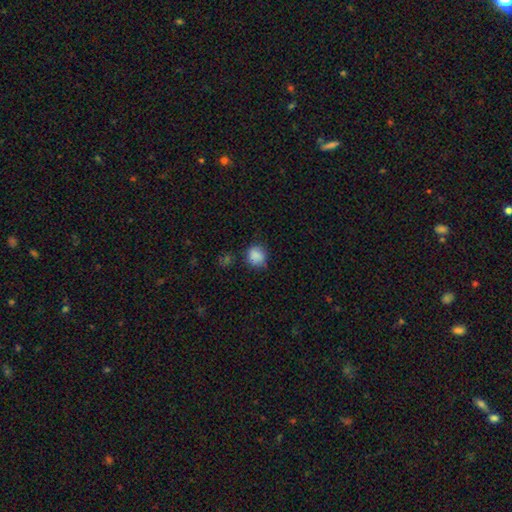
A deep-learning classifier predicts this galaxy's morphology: Smooth or featured? Predicted: smooth (p=0.84). How rounded? Predicted: round (p=0.71). Merging? Predicted: none (p=0.70).